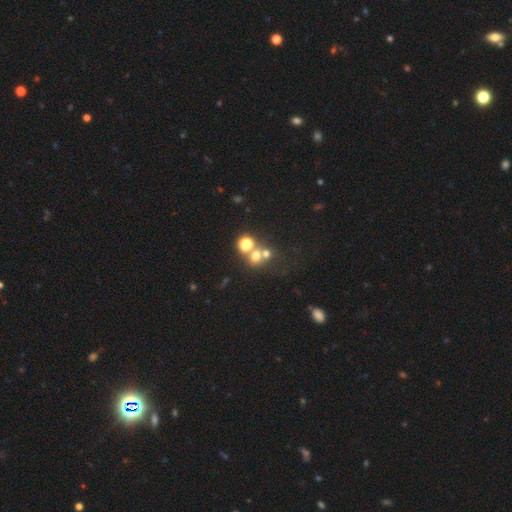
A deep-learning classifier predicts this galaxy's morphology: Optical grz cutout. It shows a smooth galaxy with no disk features (58%) that is round (81%). Merging: none (45%).